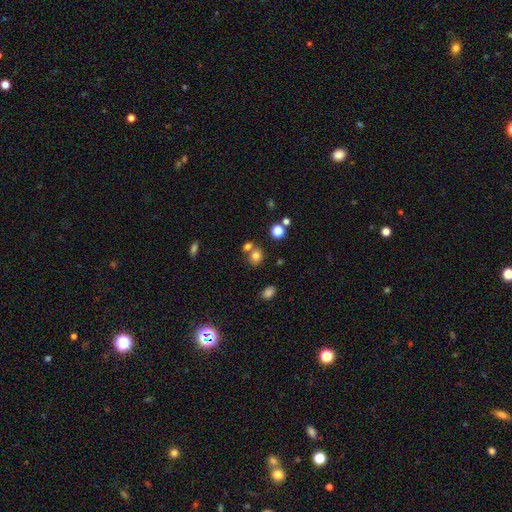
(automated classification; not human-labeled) smooth_or_featured: smooth (p=0.76) [alt: star or artifact p=0.15]
how_rounded: round (p=0.71) [alt: in between p=0.28]
merging: none (p=0.56) [alt: merger p=0.30]